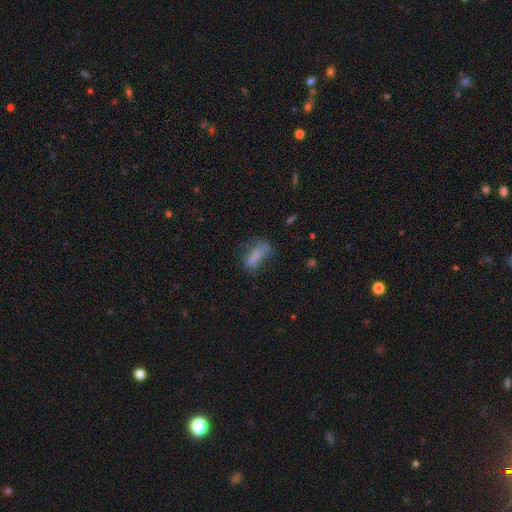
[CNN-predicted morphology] Smooth or featured? smooth (65%)
How rounded? in between (68%)
Merging? none (40%)